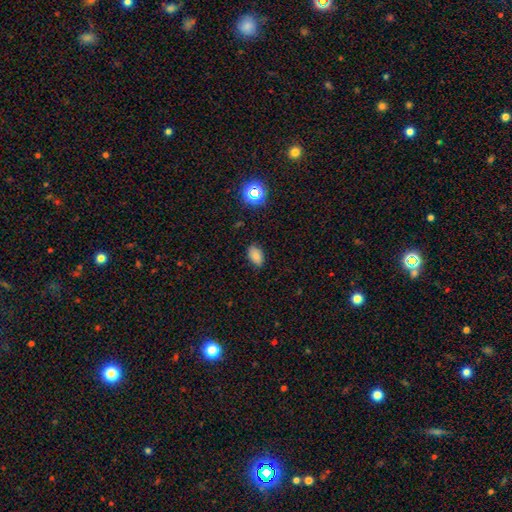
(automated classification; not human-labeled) A smooth galaxy with no disk features (80%) that is in between round and cigar-shaped (90%).

Vote fractions:
- Smooth or featured? smooth: 80% / star or artifact: 13% / featured or disk: 7%
- How rounded? in between: 90% / round: 9% / cigar-shaped: 2%
- Merging? none: 82% / minor disturbance: 14% / major disturbance: 3% / merger: 1%